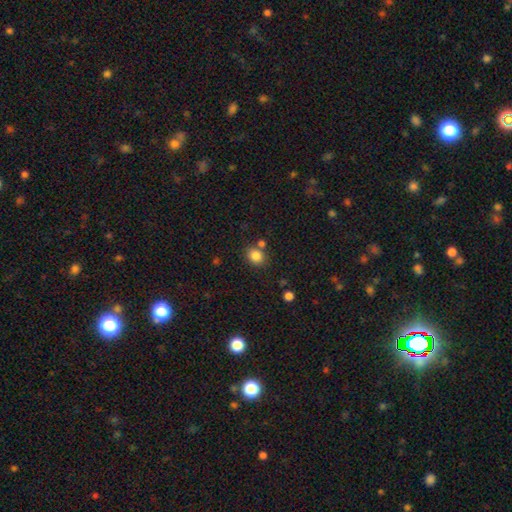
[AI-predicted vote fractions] A smooth galaxy with no disk features (83%) that is round (66%).

Vote fractions:
- Smooth or featured? smooth: 83% / star or artifact: 11% / featured or disk: 5%
- How rounded? round: 66% / in between: 33% / cigar-shaped: 1%
- Merging? none: 71% / merger: 15% / minor disturbance: 11% / major disturbance: 3%